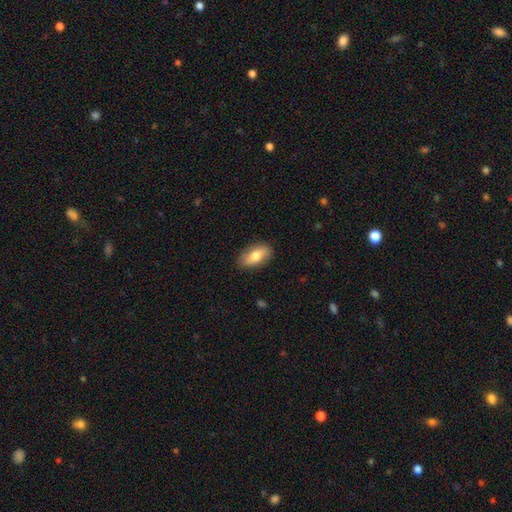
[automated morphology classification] Smooth or featured? smooth (68%)
How rounded? in between (88%)
Merging? none (85%)